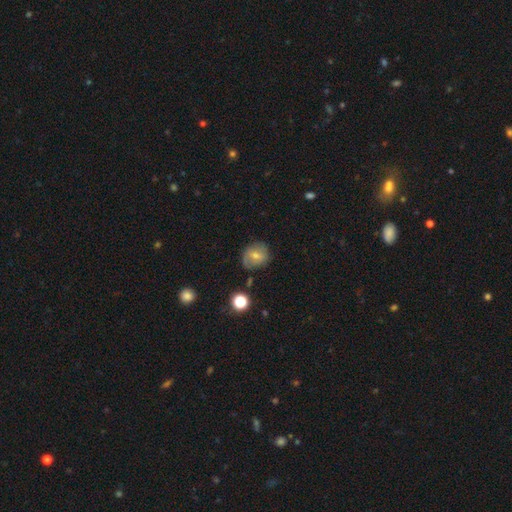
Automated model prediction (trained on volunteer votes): Smooth or featured?
  - smooth: 49% *
  - featured or disk: 40%
  - star or artifact: 11%
Merging?
  - none: 69% *
  - minor disturbance: 22%
  - major disturbance: 7%
  - merger: 2%